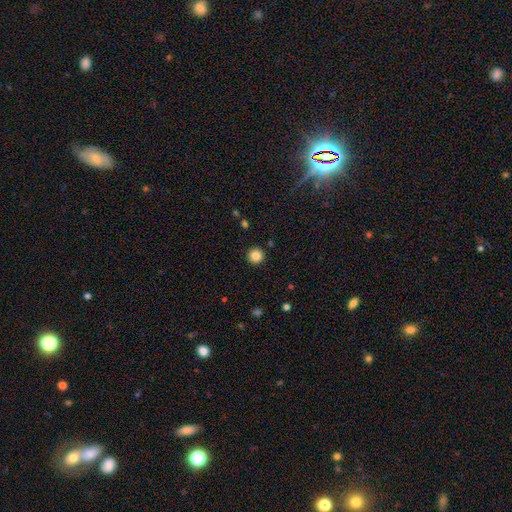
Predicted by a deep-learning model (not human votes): smooth_or_featured: smooth (p=0.84) [alt: star or artifact p=0.11]
how_rounded: round (p=0.96) [alt: in between p=0.03]
merging: none (p=0.92) [alt: minor disturbance p=0.05]